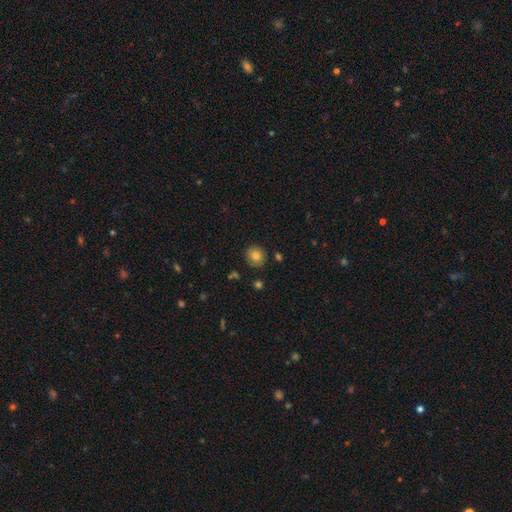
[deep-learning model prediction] Smooth or featured?
  - smooth: 82% *
  - star or artifact: 10%
  - featured or disk: 8%
How rounded?
  - round: 87% *
  - in between: 12%
  - cigar-shaped: 1%
Merging?
  - none: 86% *
  - minor disturbance: 9%
  - merger: 2%
  - major disturbance: 2%